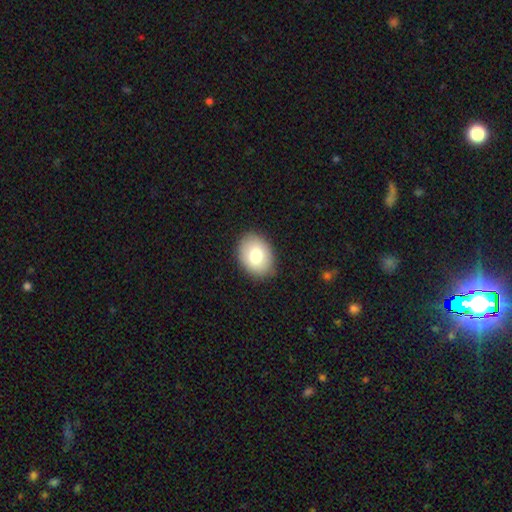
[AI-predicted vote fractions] smooth-or-featured: smooth: 77% | featured or disk: 15% | star or artifact: 8%
  how-rounded: in between: 67% | round: 32% | cigar-shaped: 1%
  merging: none: 85% | minor disturbance: 11% | major disturbance: 3% | merger: 1%